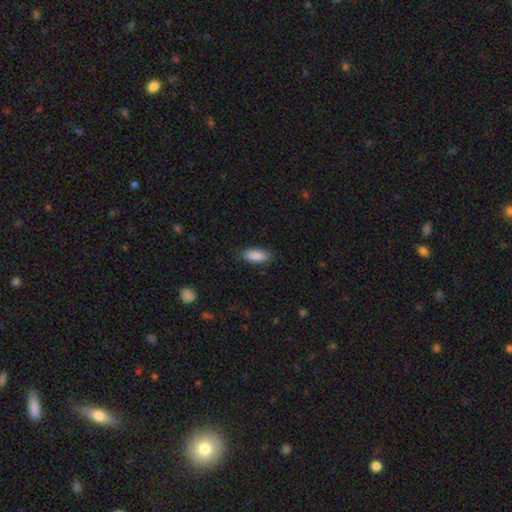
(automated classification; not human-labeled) smooth_or_featured: smooth (p=0.89) [alt: star or artifact p=0.06]
how_rounded: in between (p=0.87) [alt: cigar-shaped p=0.11]
merging: none (p=0.84) [alt: minor disturbance p=0.12]